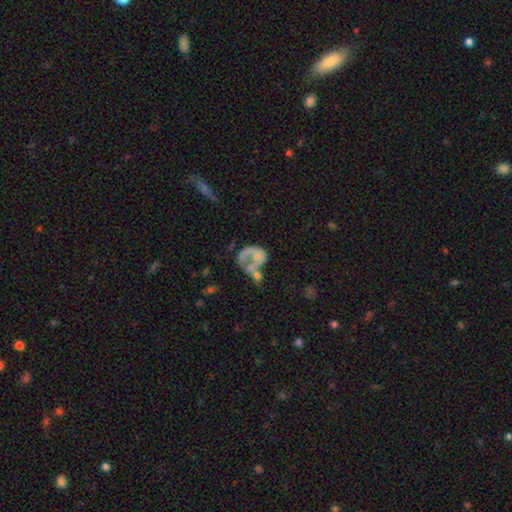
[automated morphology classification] Smooth or featured: featured or disk — 52% (smooth — 37%)
Edge-on disk: no — 98% (yes — 2%)
Bar: no — 90% (weak — 8%)
Spiral arms: no — 75% (yes — 25%)
Bulge size: none — 52% (small — 23%)
Merging: merger — 35% (major disturbance — 32%)